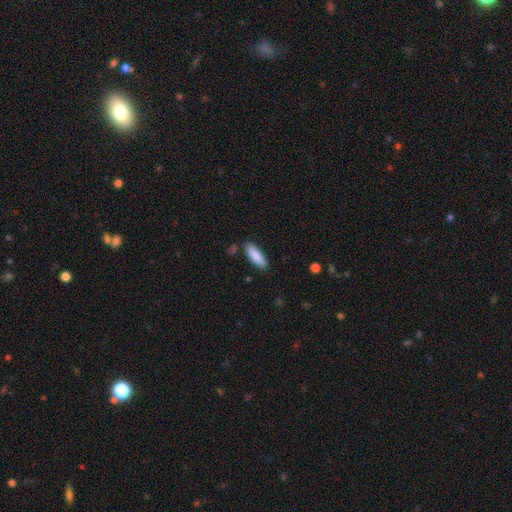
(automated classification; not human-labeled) smooth 87%, featured or disk 7%, star or artifact 6%. Down the decision tree: how rounded — in between (50%); merging — none (86%).